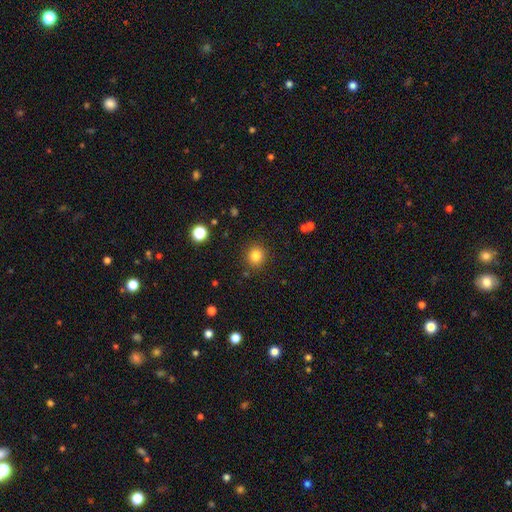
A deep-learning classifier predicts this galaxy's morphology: A smooth galaxy with no disk features (83%) that is round (89%).

Vote fractions:
- Smooth or featured? smooth: 83% / star or artifact: 12% / featured or disk: 5%
- How rounded? round: 89% / in between: 10% / cigar-shaped: 1%
- Merging? none: 89% / minor disturbance: 7% / major disturbance: 2% / merger: 2%